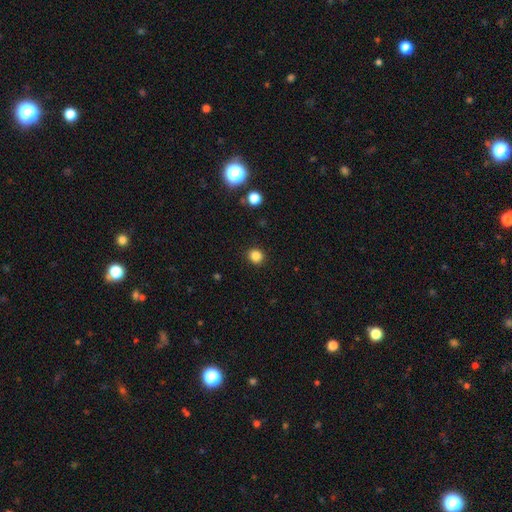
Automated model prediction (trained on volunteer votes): Q: Smooth or featured?
A: smooth (84%); runner-up: star or artifact (12%)
Q: How rounded?
A: round (87%); runner-up: in between (12%)
Q: Merging?
A: none (91%); runner-up: minor disturbance (6%)